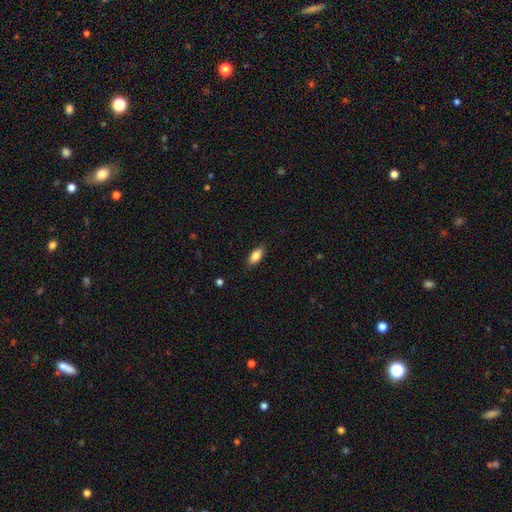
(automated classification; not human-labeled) The model was most divided on "smooth or featured": smooth: 82%, featured or disk: 11%, star or artifact: 7%. More confident: merging — none (86%); how rounded — in between (85%).